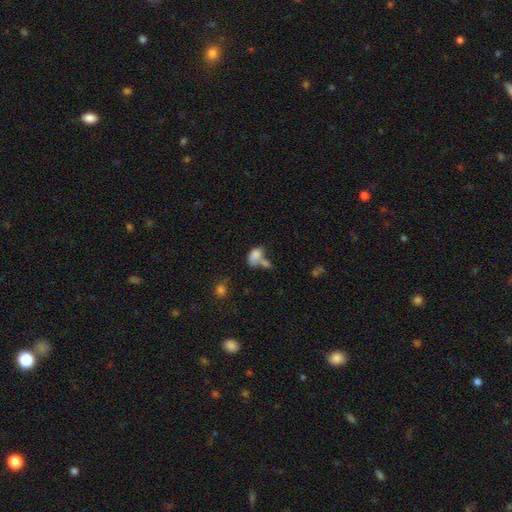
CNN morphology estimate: type=smooth (76%); roundness=in between (85%); merging=merger (48%).